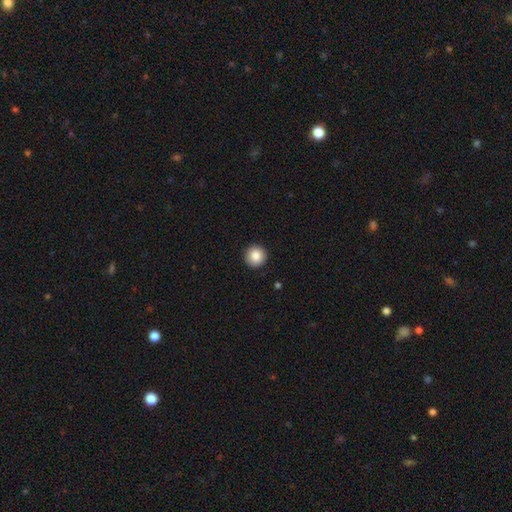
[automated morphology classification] Smooth or featured? Predicted: smooth (p=0.85). How rounded? Predicted: round (p=0.95). Merging? Predicted: none (p=0.93).